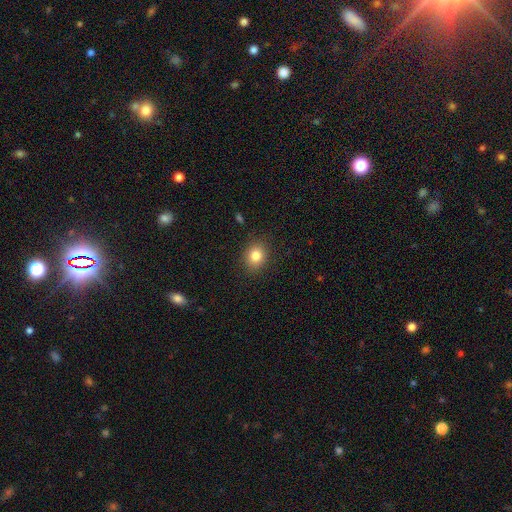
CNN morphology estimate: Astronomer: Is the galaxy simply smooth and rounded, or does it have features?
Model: smooth — 82%.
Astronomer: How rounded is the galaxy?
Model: round — 64%.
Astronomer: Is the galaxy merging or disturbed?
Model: none — 88%.